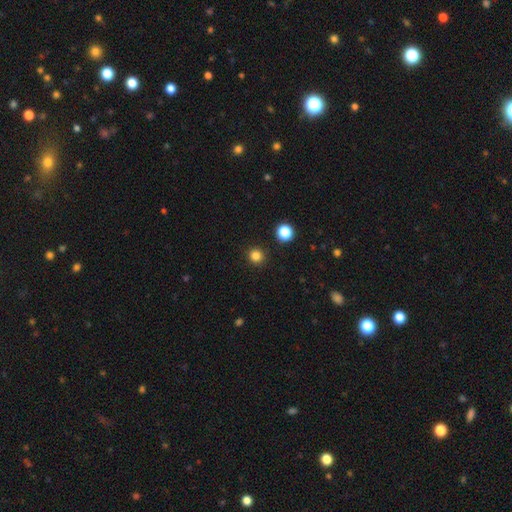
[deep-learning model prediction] Overall: smooth (83%). How rounded: round (94%). Merging: none (92%).